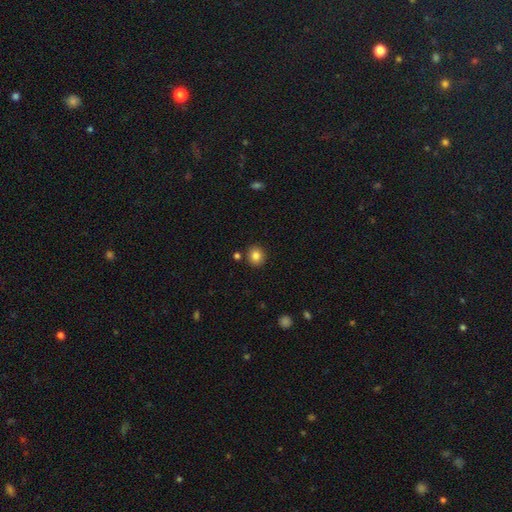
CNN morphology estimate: Smooth or featured?
  - smooth: 83% *
  - star or artifact: 11%
  - featured or disk: 6%
How rounded?
  - round: 86% *
  - in between: 13%
  - cigar-shaped: 1%
Merging?
  - none: 87% *
  - minor disturbance: 7%
  - merger: 4%
  - major disturbance: 2%